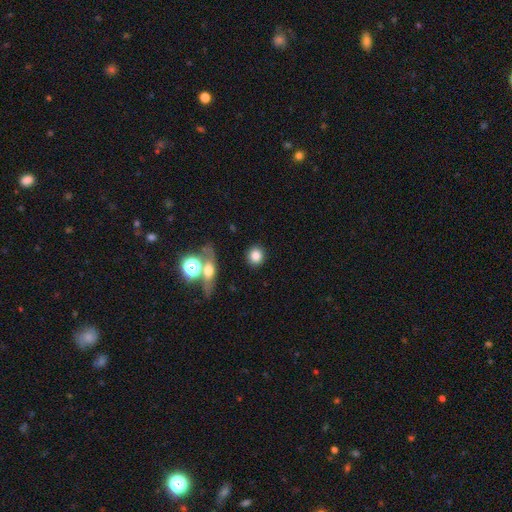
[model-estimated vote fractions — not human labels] This appears to be a smooth galaxy with no disk features (82%) that is round (86%). Merging: none (86%).